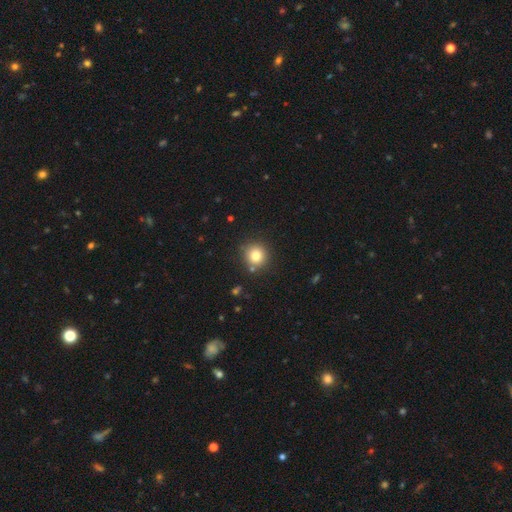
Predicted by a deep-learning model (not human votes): Smooth or featured? smooth (79%)
How rounded? round (92%)
Merging? none (84%)